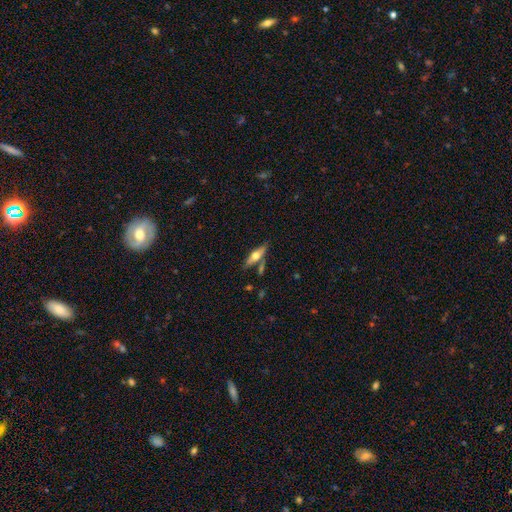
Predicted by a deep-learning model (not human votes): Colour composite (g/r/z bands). It shows a featured or disk galaxy (54%) viewed edge-on (90%). Merging: none (71%).